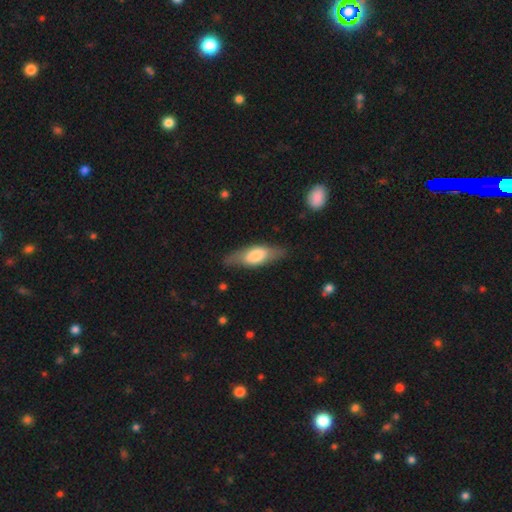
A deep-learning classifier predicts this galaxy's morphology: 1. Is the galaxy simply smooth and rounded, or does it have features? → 59% smooth, 36% featured or disk, 6% star or artifact.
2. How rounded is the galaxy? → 64% in between, 33% cigar-shaped, 3% round.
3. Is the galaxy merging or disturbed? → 78% none, 15% minor disturbance, 5% major disturbance, 2% merger.